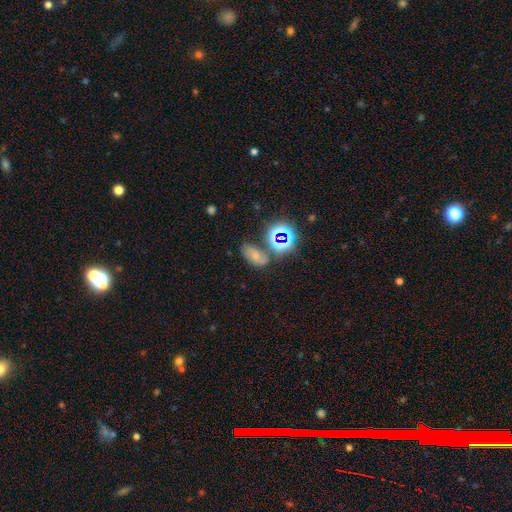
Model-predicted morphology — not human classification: Smooth or featured? smooth (49%)
Merging? none (58%)